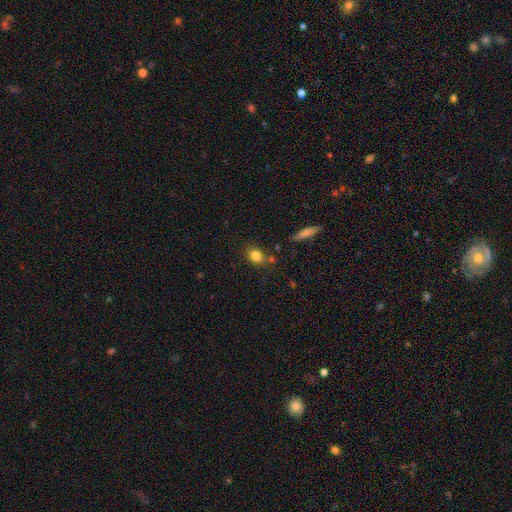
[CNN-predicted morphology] The model was most divided on "how rounded": in between: 54%, round: 44%, cigar-shaped: 3%. More confident: smooth or featured — smooth (82%); merging — none (71%).